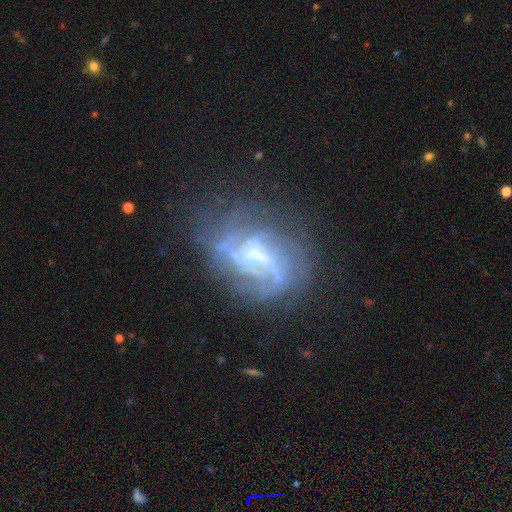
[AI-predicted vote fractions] Smooth or featured? featured or disk (84%)
Edge-on disk? no (97%)
Bar? weak (51%)
Spiral arms? yes (92%)
Spiral winding? medium (42%)
Spiral arm count? 2 (32%)
Bulge size? small (53%)
Merging? none (60%)